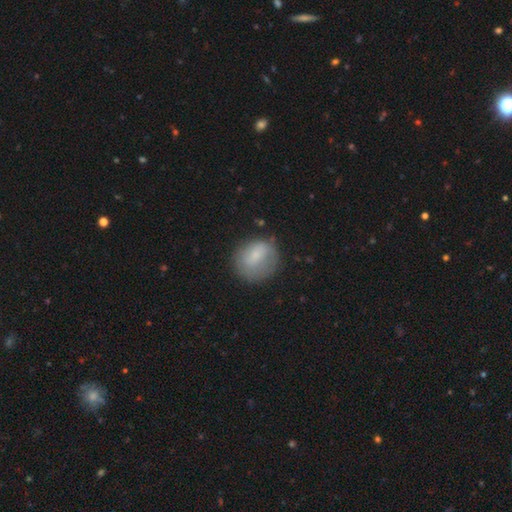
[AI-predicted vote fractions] This appears to be a smooth galaxy with no disk features (71%) that is round (68%). Merging: none (61%).